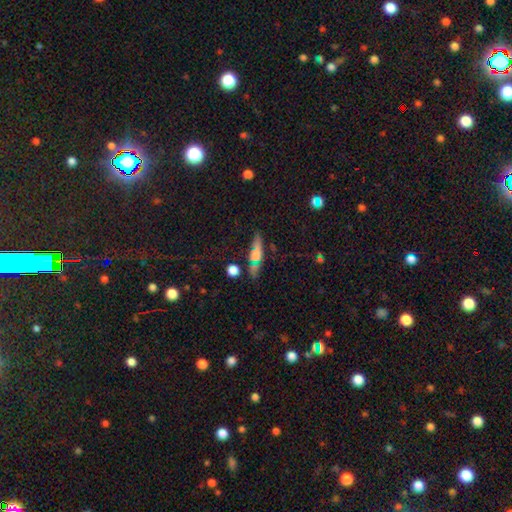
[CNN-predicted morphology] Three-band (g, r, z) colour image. It shows a smooth galaxy with no disk features (59%) that is cigar-shaped (59%). Merging: none (70%).